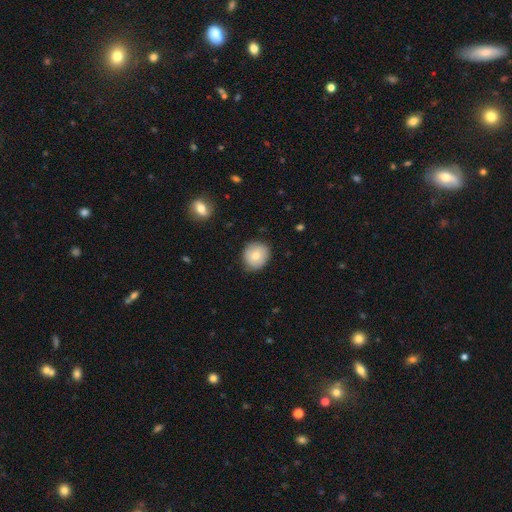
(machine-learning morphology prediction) A smooth galaxy with no disk features (78%) that is round (81%).

Vote fractions:
- Smooth or featured? smooth: 78% / featured or disk: 15% / star or artifact: 7%
- How rounded? round: 81% / in between: 18% / cigar-shaped: 1%
- Merging? none: 82% / minor disturbance: 15% / major disturbance: 3% / merger: 1%